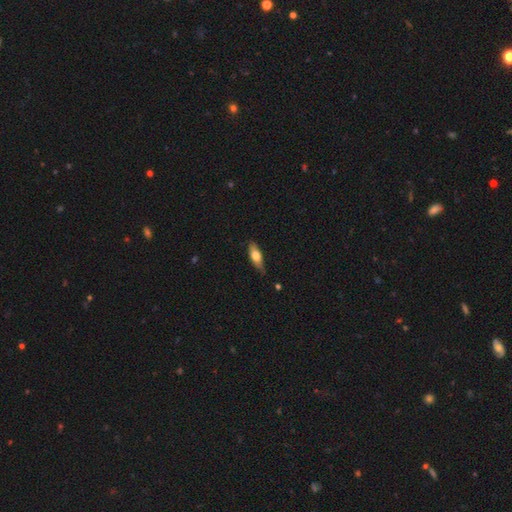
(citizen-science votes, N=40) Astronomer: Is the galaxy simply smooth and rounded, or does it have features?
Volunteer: smooth — 68%.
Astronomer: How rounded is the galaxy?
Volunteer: in between — 48% (runner-up: cigar-shaped, 41%).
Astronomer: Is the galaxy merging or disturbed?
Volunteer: none — 64%.